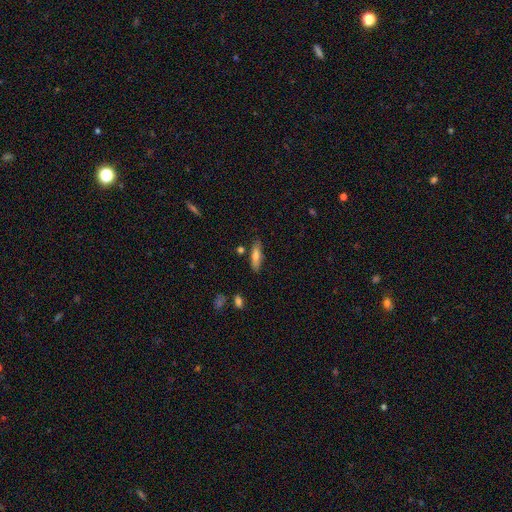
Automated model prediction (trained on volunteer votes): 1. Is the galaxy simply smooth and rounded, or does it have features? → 72% smooth, 21% featured or disk, 7% star or artifact.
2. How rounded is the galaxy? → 63% cigar-shaped, 35% in between, 2% round.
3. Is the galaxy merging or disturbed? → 80% none, 13% minor disturbance, 4% merger, 3% major disturbance.